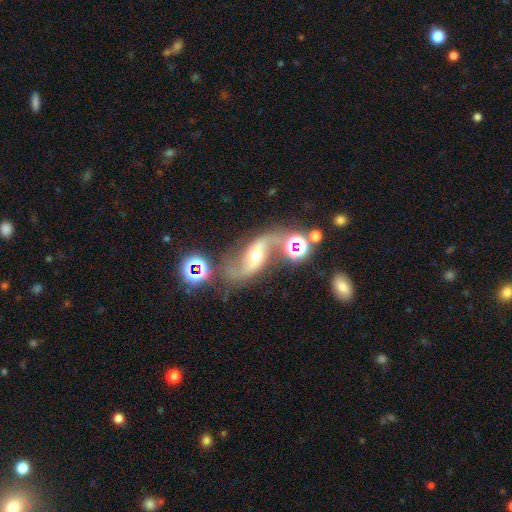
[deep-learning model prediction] The model was most divided on "bulge size": moderate: 49%, small: 44%, large: 3%, none: 2%, dominant: 1%. Remaining: spiral arms — yes (95%); edge-on disk — no (95%); spiral arm count — 2 (93%); smooth or featured — featured or disk (85%); spiral winding — loose (77%); merging — none (59%); bar — no (38%).